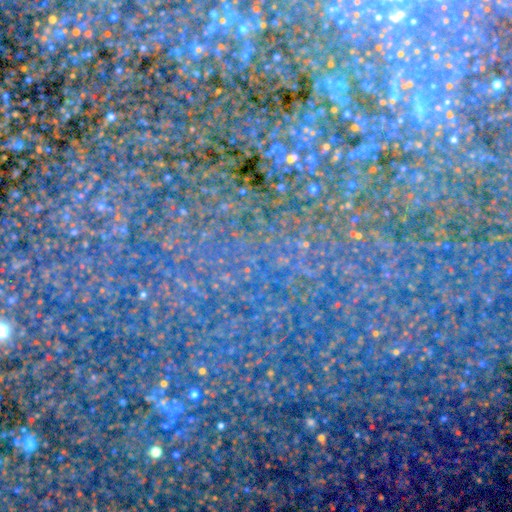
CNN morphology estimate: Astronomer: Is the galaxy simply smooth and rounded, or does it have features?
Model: star or artifact — 80%.